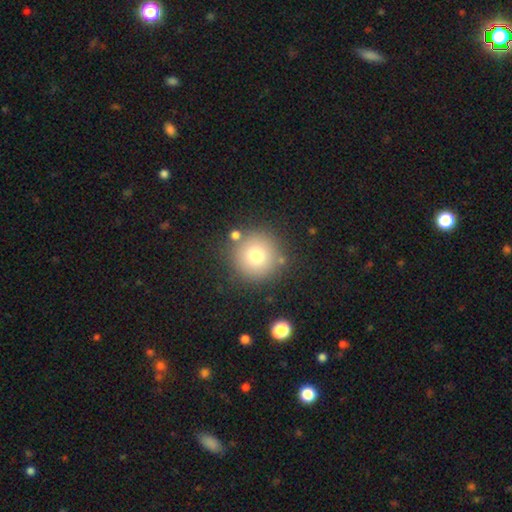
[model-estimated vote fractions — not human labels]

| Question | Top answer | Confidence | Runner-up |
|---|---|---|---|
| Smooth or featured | smooth | 75% | star or artifact (12%) |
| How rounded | round | 95% | in between (4%) |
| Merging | none | 83% | minor disturbance (8%) |